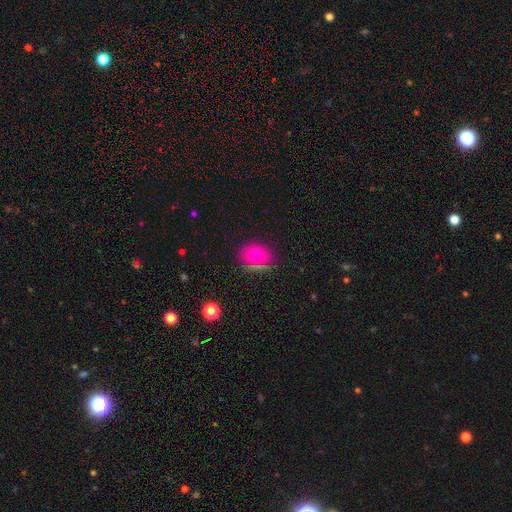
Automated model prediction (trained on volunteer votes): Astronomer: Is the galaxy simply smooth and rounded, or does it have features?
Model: smooth — 71%.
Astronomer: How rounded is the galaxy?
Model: round — 58% (runner-up: in between, 40%).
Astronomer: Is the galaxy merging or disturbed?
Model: none — 75%.